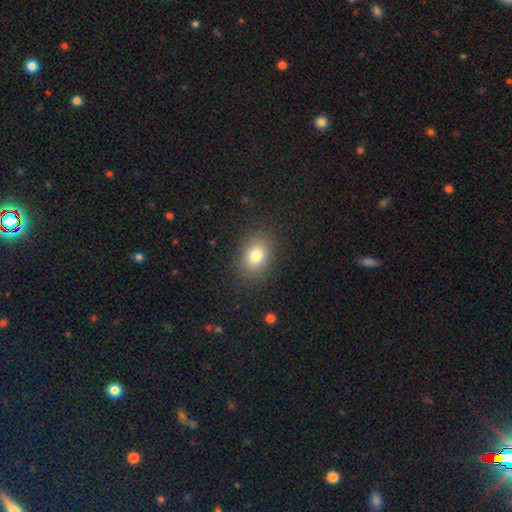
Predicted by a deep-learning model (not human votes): This is clearly a smooth galaxy (80%). How rounded: likely in between (75%). Merging: clearly none (86%).